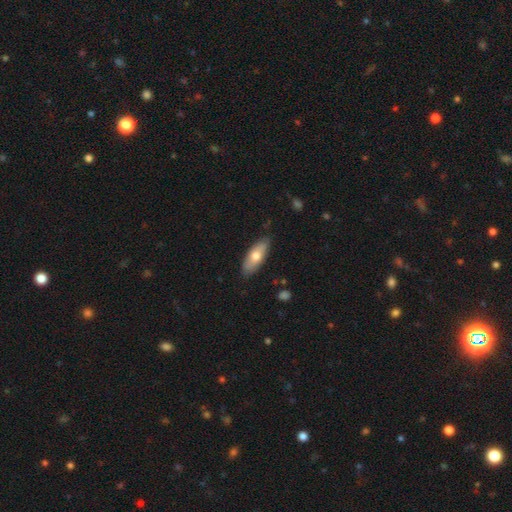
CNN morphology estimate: type=smooth (67%); roundness=in between (75%); merging=none (84%).